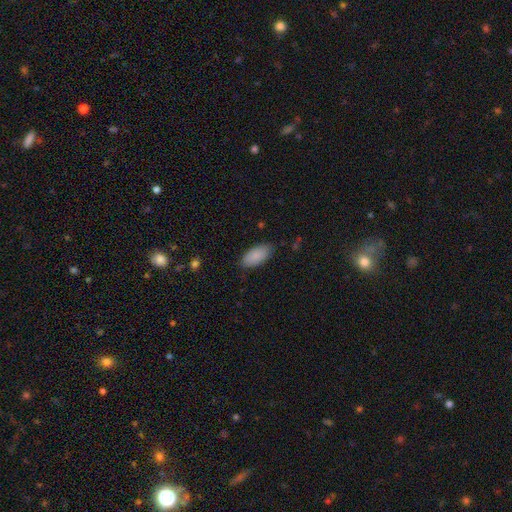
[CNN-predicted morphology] Smooth or featured? Predicted: smooth (p=0.89). How rounded? Predicted: in between (p=0.93). Merging? Predicted: none (p=0.85).